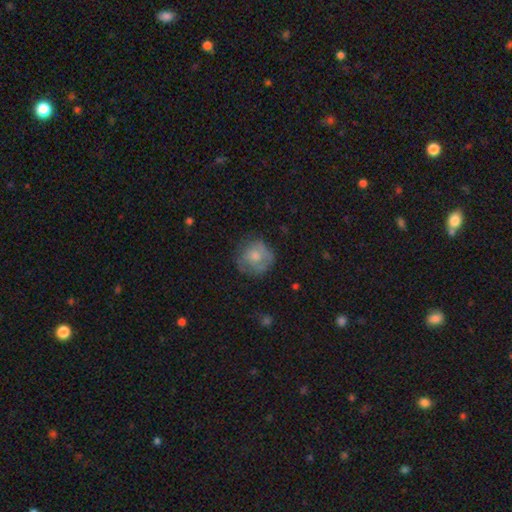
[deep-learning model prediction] smooth-or-featured: smooth: 60% | featured or disk: 33% | star or artifact: 7%
  how-rounded: round: 89% | in between: 10% | cigar-shaped: 1%
  merging: none: 66% | minor disturbance: 22% | major disturbance: 10% | merger: 2%